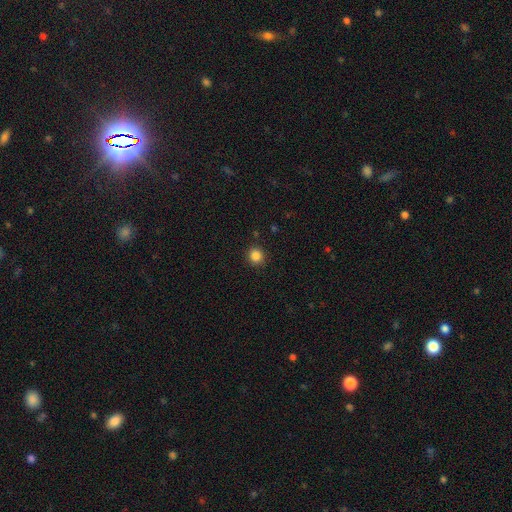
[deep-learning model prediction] Smooth or featured? smooth (85%)
How rounded? round (90%)
Merging? none (90%)